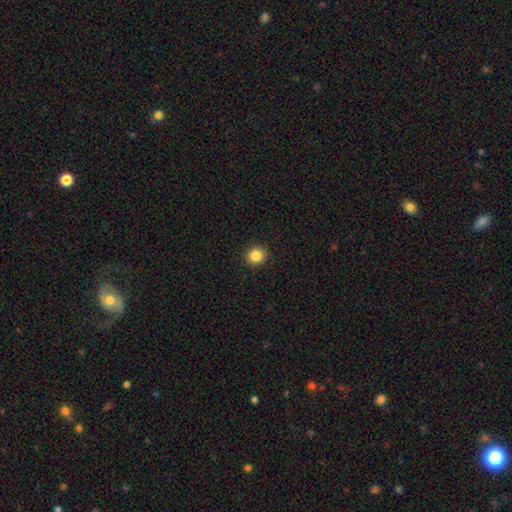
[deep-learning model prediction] A smooth galaxy with no disk features (85%) that is round (88%).

Vote fractions:
- Smooth or featured? smooth: 85% / star or artifact: 10% / featured or disk: 4%
- How rounded? round: 88% / in between: 11% / cigar-shaped: 1%
- Merging? none: 92% / minor disturbance: 5% / major disturbance: 2% / merger: 1%